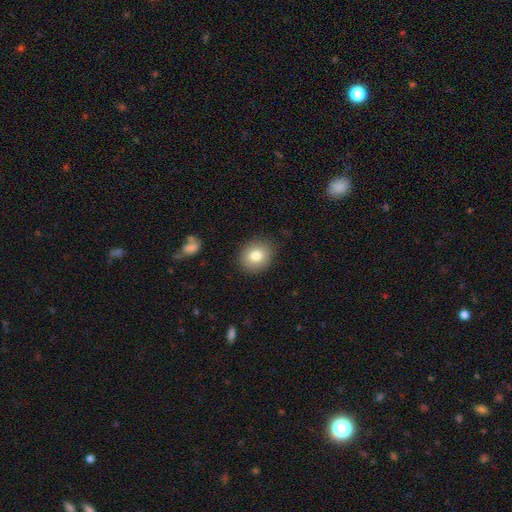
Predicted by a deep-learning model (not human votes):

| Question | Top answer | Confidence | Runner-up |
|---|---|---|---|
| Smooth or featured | smooth | 81% | featured or disk (10%) |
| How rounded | round | 67% | in between (32%) |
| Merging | none | 87% | minor disturbance (9%) |